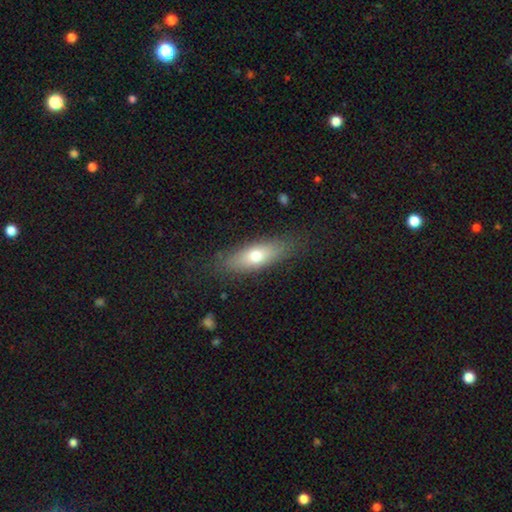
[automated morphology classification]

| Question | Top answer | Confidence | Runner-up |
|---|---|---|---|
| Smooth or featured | smooth | 68% | featured or disk (25%) |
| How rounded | in between | 60% | cigar-shaped (37%) |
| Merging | none | 81% | minor disturbance (13%) |